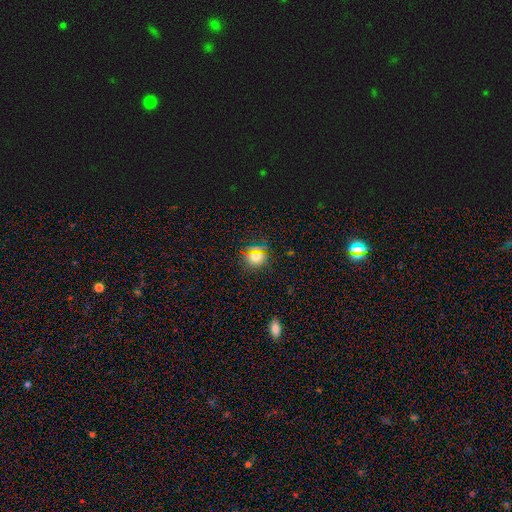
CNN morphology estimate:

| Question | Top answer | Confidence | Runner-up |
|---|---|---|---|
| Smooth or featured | smooth | 61% | star or artifact (29%) |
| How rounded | round | 81% | in between (17%) |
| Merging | none | 85% | minor disturbance (9%) |